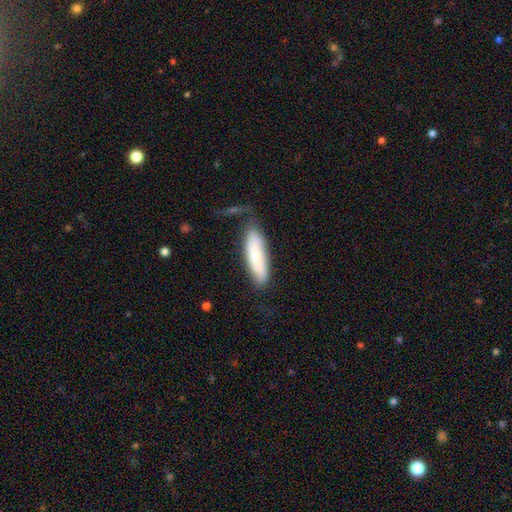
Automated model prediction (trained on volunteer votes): Smooth or featured? Predicted: smooth (p=0.74). How rounded? Predicted: cigar-shaped (p=0.62). Merging? Predicted: none (p=0.65).